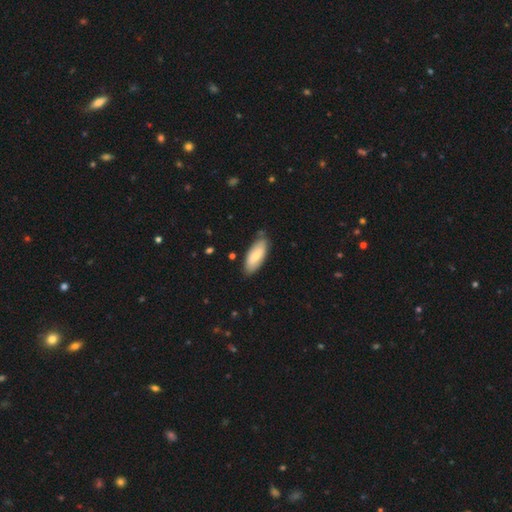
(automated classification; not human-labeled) Smooth or featured?
  - smooth: 71% *
  - featured or disk: 24%
  - star or artifact: 5%
How rounded?
  - in between: 78% *
  - cigar-shaped: 20%
  - round: 2%
Merging?
  - none: 78% *
  - minor disturbance: 17%
  - major disturbance: 3%
  - merger: 2%